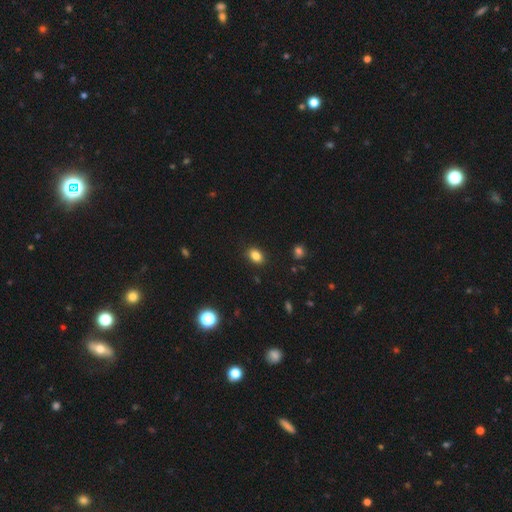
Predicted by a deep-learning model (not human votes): This is clearly a smooth galaxy (85%). How rounded: likely in between (74%). Merging: clearly none (88%).